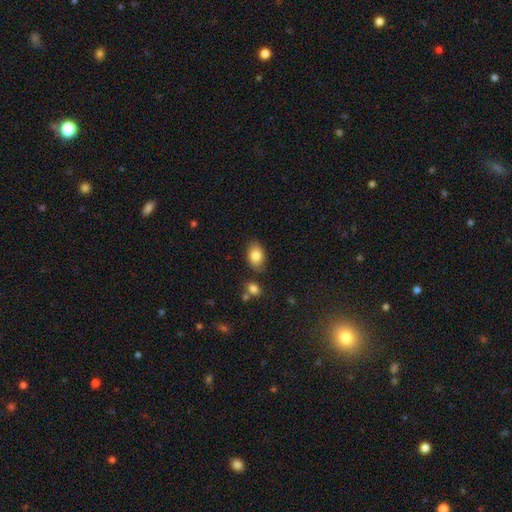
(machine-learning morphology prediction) Smooth or featured? Predicted: smooth (p=0.84). How rounded? Predicted: in between (p=0.83). Merging? Predicted: none (p=0.80).